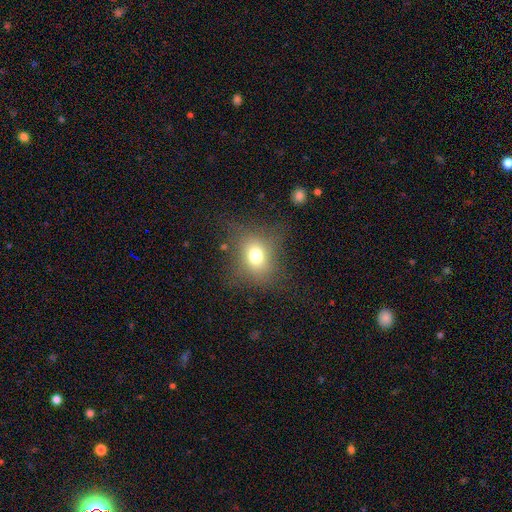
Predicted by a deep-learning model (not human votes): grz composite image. It shows a smooth galaxy with no disk features (71%) that is round (53%). Merging: none (68%).